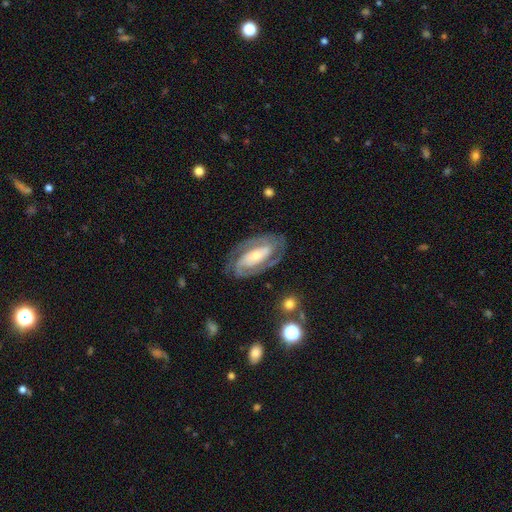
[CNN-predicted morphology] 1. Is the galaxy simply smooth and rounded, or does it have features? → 85% featured or disk, 10% smooth, 5% star or artifact.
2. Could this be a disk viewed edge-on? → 95% no, 5% yes.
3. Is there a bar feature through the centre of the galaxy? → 40% strong, 32% no, 28% weak.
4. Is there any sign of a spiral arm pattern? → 94% yes, 6% no.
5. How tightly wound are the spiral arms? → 57% tight, 35% medium, 8% loose.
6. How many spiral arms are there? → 81% 2, 9% can't tell, 5% 3, 2% 1, 2% 4, 1% more than 4.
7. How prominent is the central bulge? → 56% small, 36% moderate, 4% large, 2% none, 1% dominant.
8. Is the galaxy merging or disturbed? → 80% none, 13% minor disturbance, 6% major disturbance, 1% merger.